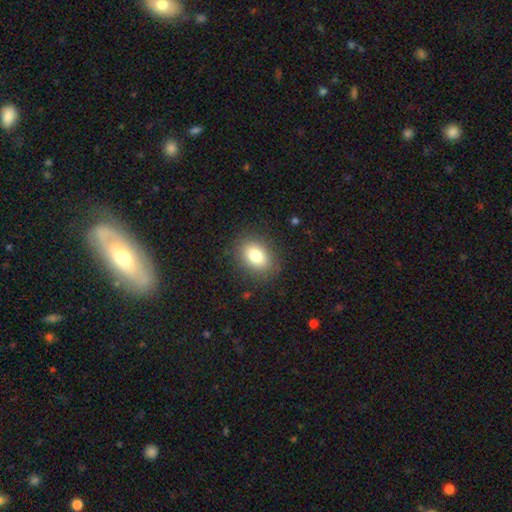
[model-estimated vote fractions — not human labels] The model was most divided on "how rounded": in between: 71%, round: 28%, cigar-shaped: 1%. More confident: merging — none (85%); smooth or featured — smooth (81%).